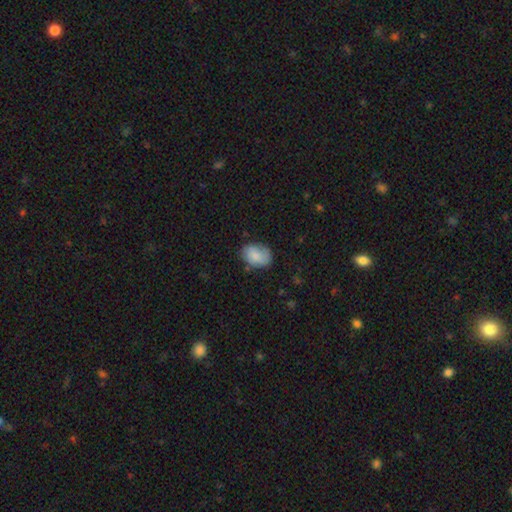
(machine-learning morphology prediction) smooth_or_featured: smooth (p=0.80) [alt: featured or disk p=0.13]
how_rounded: in between (p=0.78) [alt: round p=0.20]
merging: none (p=0.67) [alt: minor disturbance p=0.25]